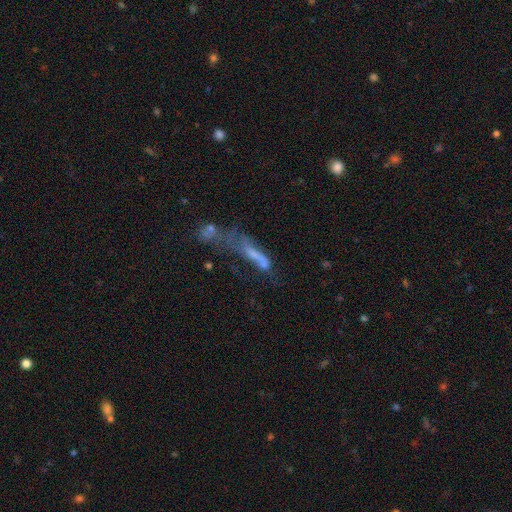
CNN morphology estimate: type=featured or disk (43%); merging=major disturbance (33%).